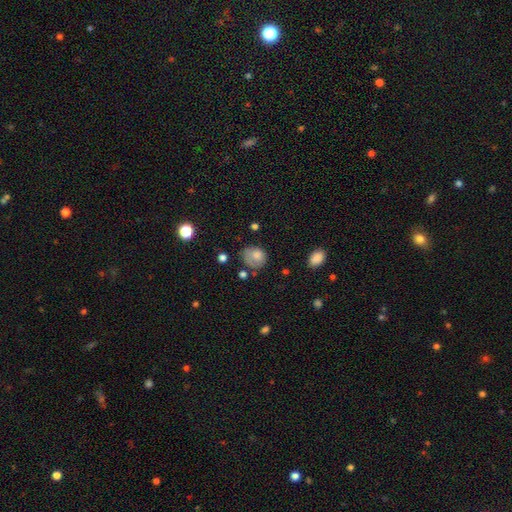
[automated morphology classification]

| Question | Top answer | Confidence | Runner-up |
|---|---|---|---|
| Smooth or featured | smooth | 77% | featured or disk (13%) |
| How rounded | round | 64% | in between (35%) |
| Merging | none | 49% | minor disturbance (30%) |